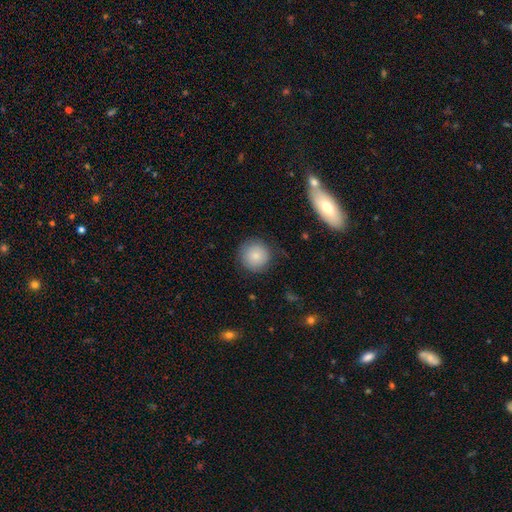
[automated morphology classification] Smooth or featured: smooth — 82% (featured or disk — 10%)
How rounded: round — 95% (in between — 4%)
Merging: none — 81% (minor disturbance — 13%)